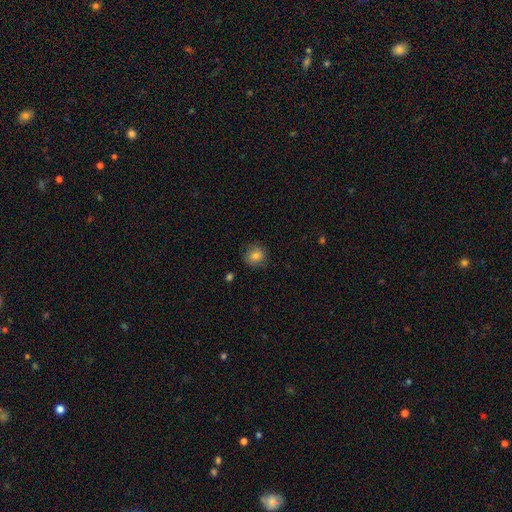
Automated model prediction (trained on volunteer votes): Morphology: type=smooth (77%); roundness=round (81%); merging=none (79%).